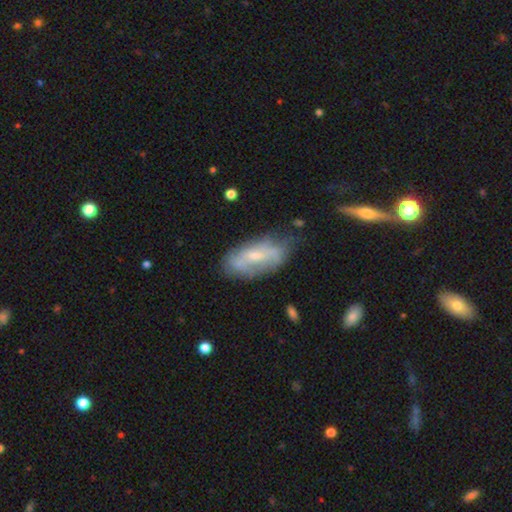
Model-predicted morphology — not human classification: smooth_or_featured: featured or disk (p=0.53) [alt: smooth p=0.39]
disk_edge_on: no (p=0.88) [alt: yes p=0.12]
merging: none (p=0.50) [alt: minor disturbance p=0.31]